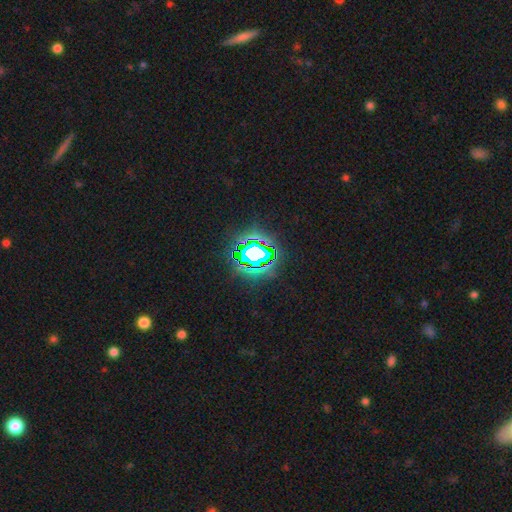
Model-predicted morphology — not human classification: A star or artifact, not a galaxy (74%).

Vote fractions:
- Smooth or featured? star or artifact: 74% / smooth: 16% / featured or disk: 11%